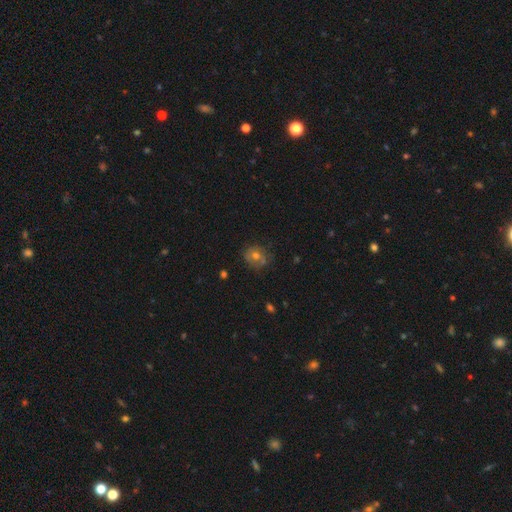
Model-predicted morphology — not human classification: Q: Smooth or featured?
A: smooth (52%); runner-up: featured or disk (31%)
Q: How rounded?
A: round (75%); runner-up: in between (24%)
Q: Merging?
A: none (69%); runner-up: minor disturbance (20%)